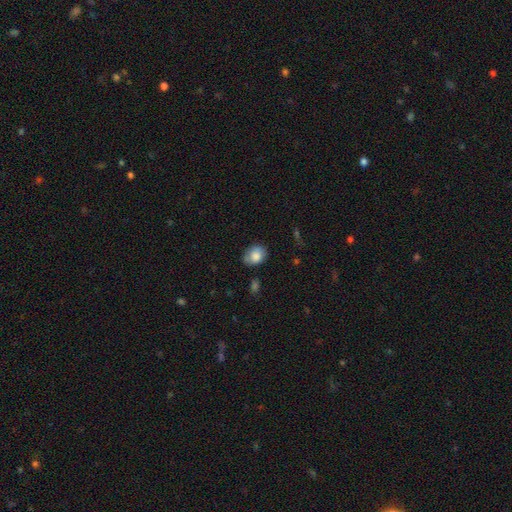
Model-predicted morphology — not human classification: Smooth or featured?
  - smooth: 81% *
  - featured or disk: 11%
  - star or artifact: 8%
How rounded?
  - in between: 55% *
  - round: 44%
  - cigar-shaped: 1%
Merging?
  - none: 68% *
  - minor disturbance: 24%
  - major disturbance: 5%
  - merger: 3%